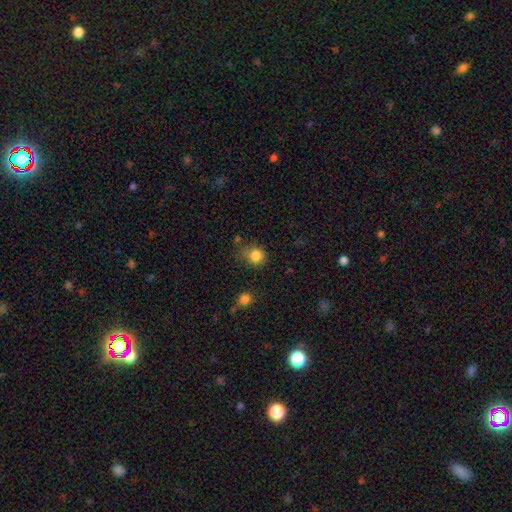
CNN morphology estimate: smooth 84%, star or artifact 10%, featured or disk 6%. Down the decision tree: how rounded — round (78%); merging — none (63%).